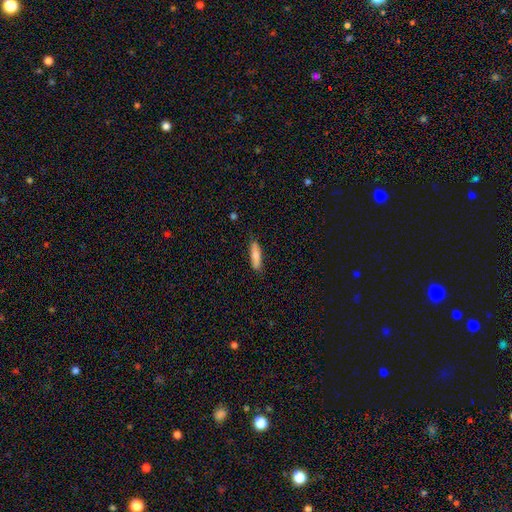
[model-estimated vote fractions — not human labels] Overall: smooth (80%). How rounded: cigar-shaped (72%). Merging: none (86%).